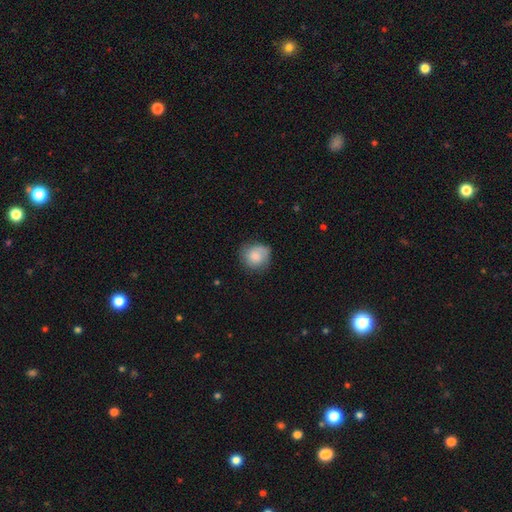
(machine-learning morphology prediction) This is likely a smooth galaxy (72%). How rounded: clearly round (83%). Merging: likely none (67%).